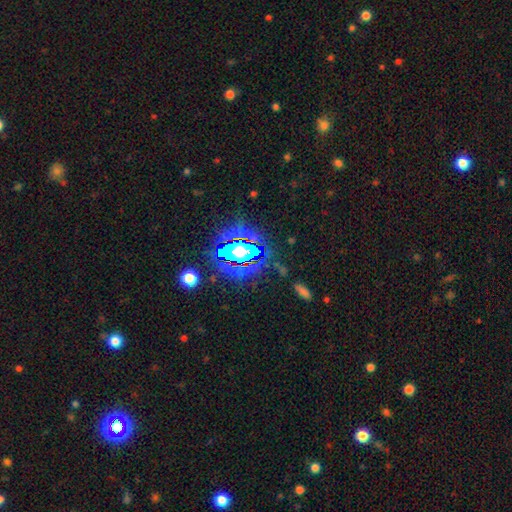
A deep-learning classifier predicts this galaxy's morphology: star or artifact 70%, smooth 18%, featured or disk 13%.